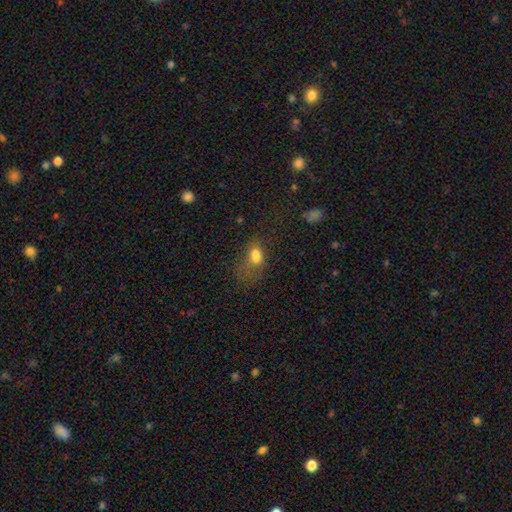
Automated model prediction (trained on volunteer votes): A smooth galaxy with no disk features (70%) that is in between round and cigar-shaped (79%).

Vote fractions:
- Smooth or featured? smooth: 70% / featured or disk: 16% / star or artifact: 14%
- How rounded? in between: 79% / round: 15% / cigar-shaped: 5%
- Merging? major disturbance: 37% / none: 27% / minor disturbance: 22% / merger: 14%